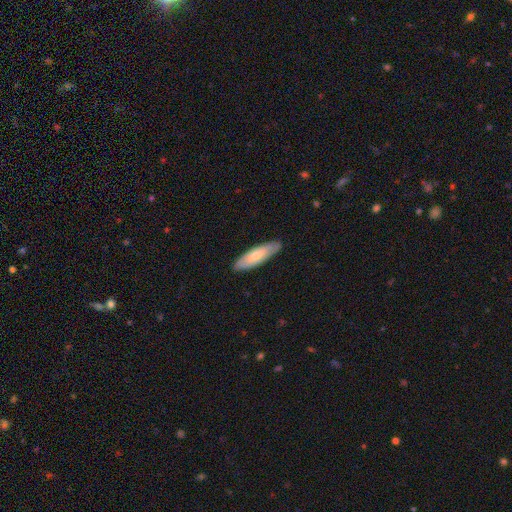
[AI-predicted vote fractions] This is likely a smooth galaxy (64%). How rounded: possibly cigar-shaped (55%). Merging: clearly none (85%).